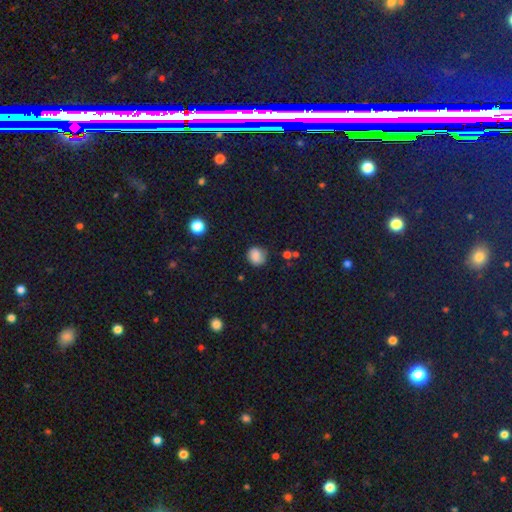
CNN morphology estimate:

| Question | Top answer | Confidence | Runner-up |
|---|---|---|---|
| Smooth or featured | smooth | 80% | star or artifact (11%) |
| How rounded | round | 81% | in between (18%) |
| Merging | none | 72% | minor disturbance (20%) |